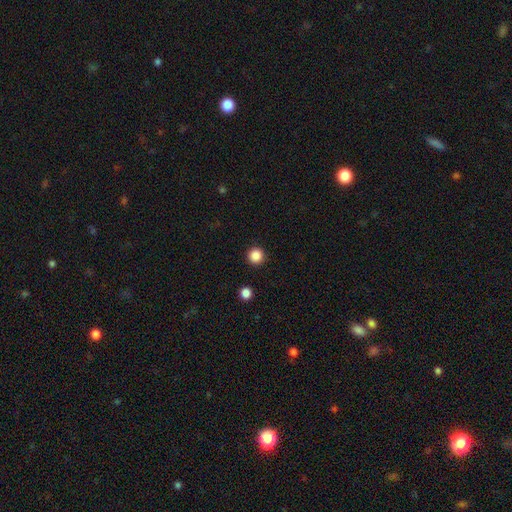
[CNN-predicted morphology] Smooth or featured?
  - smooth: 87% *
  - star or artifact: 11%
  - featured or disk: 3%
How rounded?
  - round: 96% *
  - in between: 3%
  - cigar-shaped: 1%
Merging?
  - none: 93% *
  - minor disturbance: 4%
  - major disturbance: 2%
  - merger: 1%